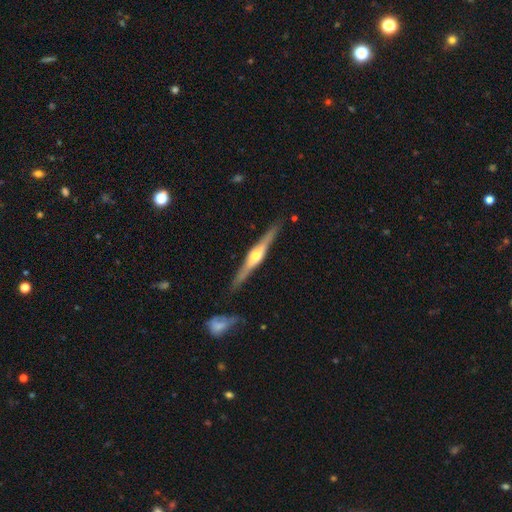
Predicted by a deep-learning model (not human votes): Smooth or featured? Predicted: featured or disk (p=0.77). Edge-on disk? Predicted: yes (p=0.98). Edge-on bulge? Predicted: rounded (p=0.89). Merging? Predicted: none (p=0.88).